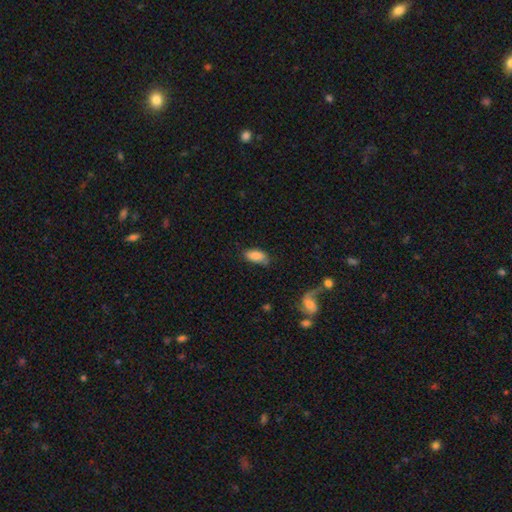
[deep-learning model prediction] Morphology: type=smooth (84%); roundness=in between (90%); merging=none (63%).